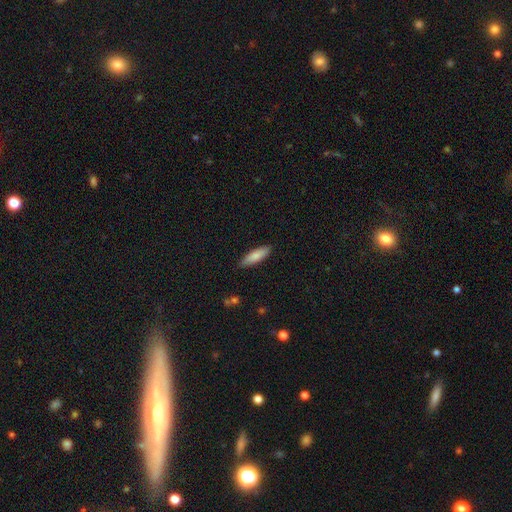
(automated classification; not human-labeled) smooth_or_featured: smooth (p=0.83) [alt: featured or disk p=0.12]
how_rounded: cigar-shaped (p=0.61) [alt: in between p=0.37]
merging: none (p=0.87) [alt: minor disturbance p=0.10]